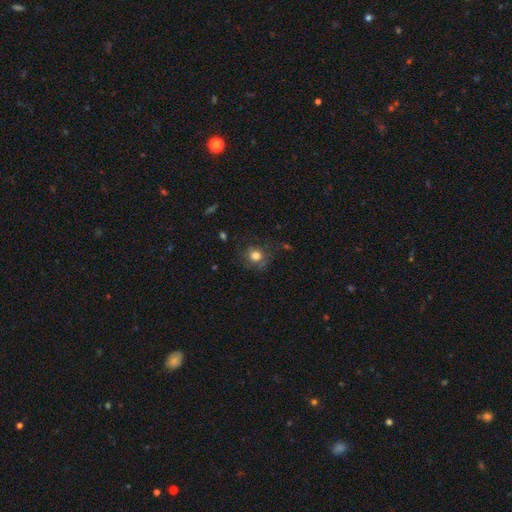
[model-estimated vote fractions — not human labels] Smooth or featured? smooth (77%)
How rounded? round (83%)
Merging? none (70%)